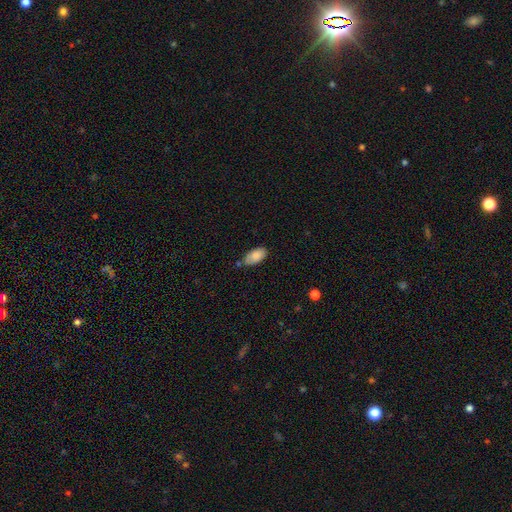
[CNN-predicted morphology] The model was most divided on "merging": none: 69%, minor disturbance: 22%, merger: 5%, major disturbance: 4%. More confident: how rounded — in between (94%); smooth or featured — smooth (85%).